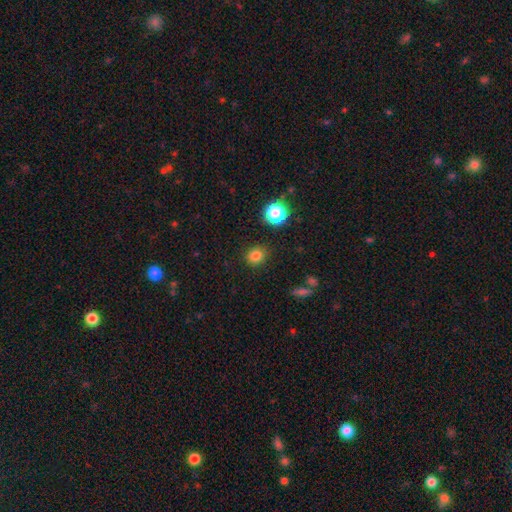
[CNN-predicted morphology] The model was most divided on "smooth or featured": smooth: 81%, star or artifact: 14%, featured or disk: 5%. More confident: merging — none (88%); how rounded — round (83%).